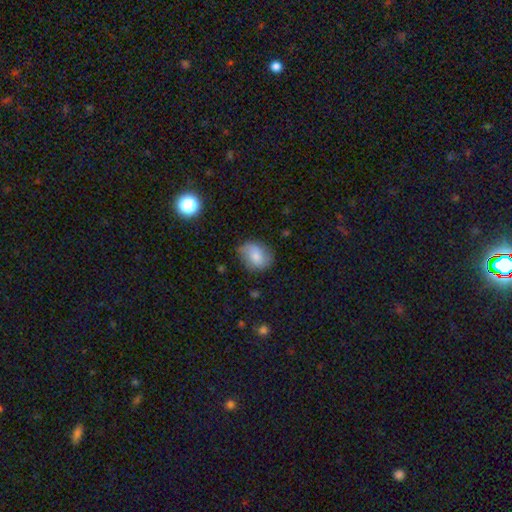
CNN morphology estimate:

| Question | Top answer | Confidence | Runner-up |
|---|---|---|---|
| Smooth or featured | smooth | 62% | featured or disk (29%) |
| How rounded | in between | 54% | round (44%) |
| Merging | none | 68% | minor disturbance (23%) |